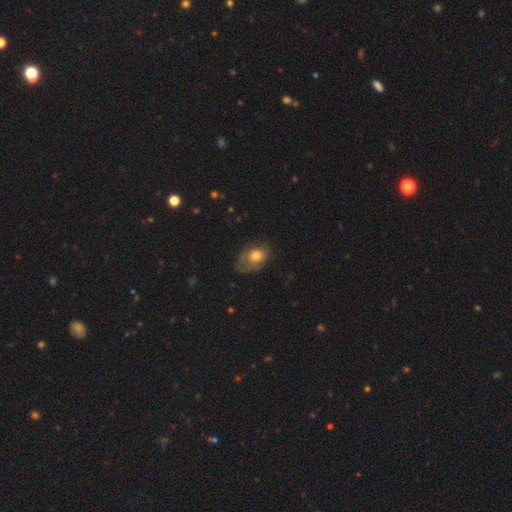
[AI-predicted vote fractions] This appears to be a smooth galaxy with no disk features (64%) that is in between round and cigar-shaped (75%). Merging: none (40%).